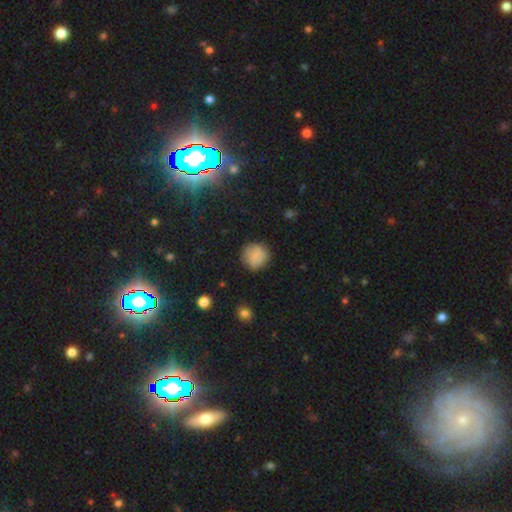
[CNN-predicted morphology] The model was most divided on "smooth or featured": smooth: 76%, featured or disk: 14%, star or artifact: 10%. More confident: how rounded — round (89%); merging — none (81%).